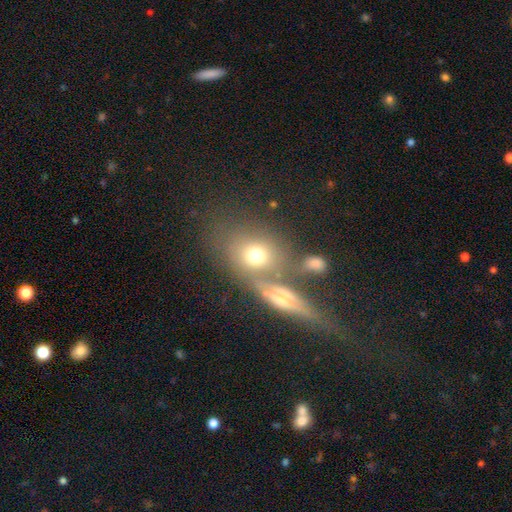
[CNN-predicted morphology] This is likely a smooth galaxy (65%). How rounded: possibly round (55%). Merging: marginally none (42%).